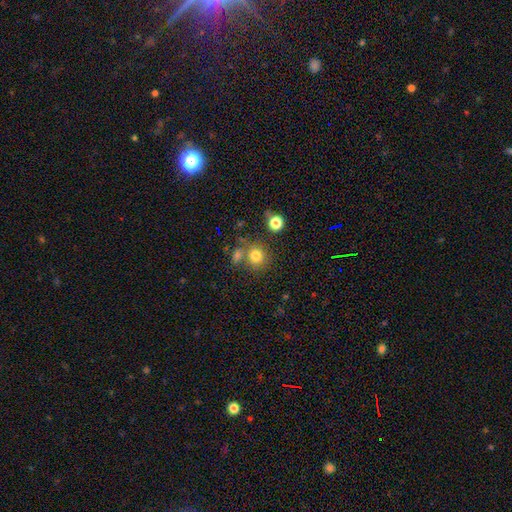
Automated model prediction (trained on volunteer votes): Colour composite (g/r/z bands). It shows a smooth galaxy with no disk features (78%) that is round (84%). Merging: none (64%).